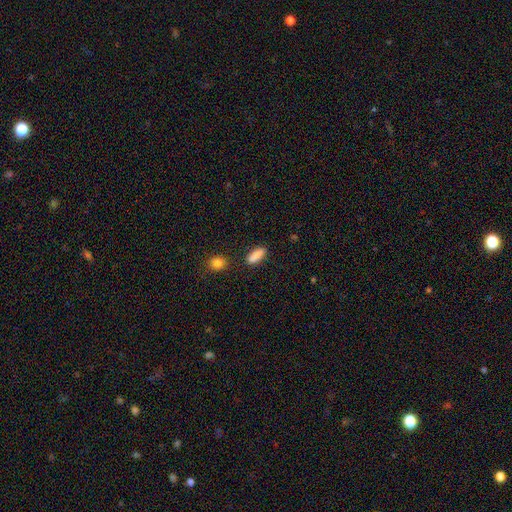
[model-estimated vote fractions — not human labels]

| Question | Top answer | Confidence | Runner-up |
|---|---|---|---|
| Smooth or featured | smooth | 88% | star or artifact (7%) |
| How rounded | in between | 57% | cigar-shaped (40%) |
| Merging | none | 85% | minor disturbance (9%) |